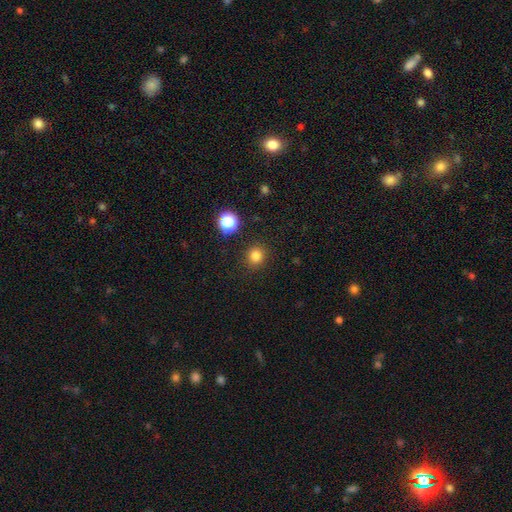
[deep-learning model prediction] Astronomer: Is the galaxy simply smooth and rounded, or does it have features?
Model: smooth — 81%.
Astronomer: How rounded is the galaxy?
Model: round — 88%.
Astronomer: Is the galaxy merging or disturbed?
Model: none — 89%.